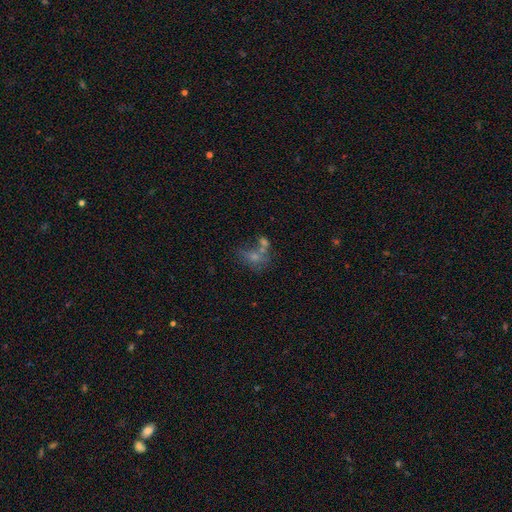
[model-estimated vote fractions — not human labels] Morphology: type=smooth (56%); roundness=in between (57%); merging=merger (42%).